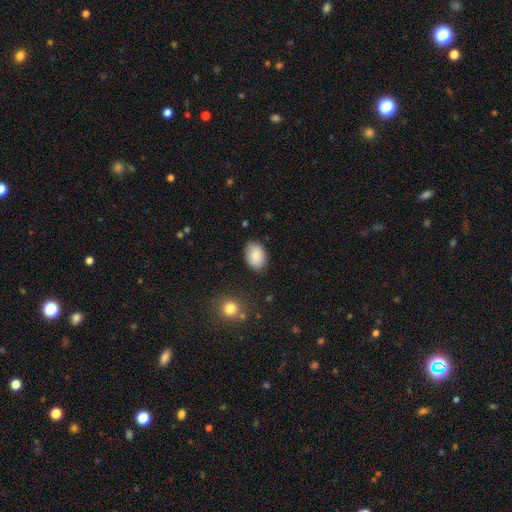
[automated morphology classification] The model was most divided on "how rounded": in between: 82%, round: 17%, cigar-shaped: 1%. More confident: smooth or featured — smooth (85%); merging — none (81%).